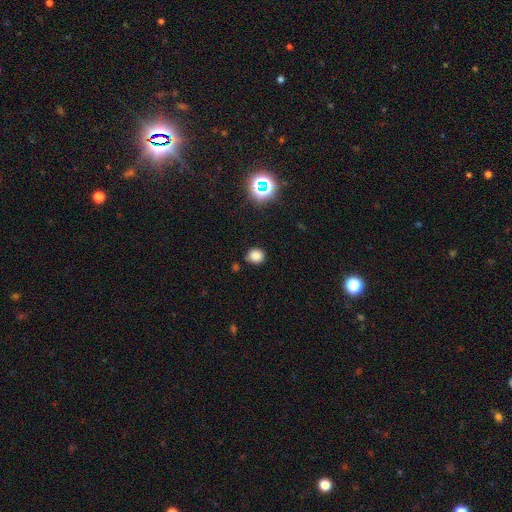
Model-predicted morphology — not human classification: Smooth or featured: smooth — 79% (star or artifact — 17%)
How rounded: round — 82% (in between — 17%)
Merging: none — 84% (minor disturbance — 11%)